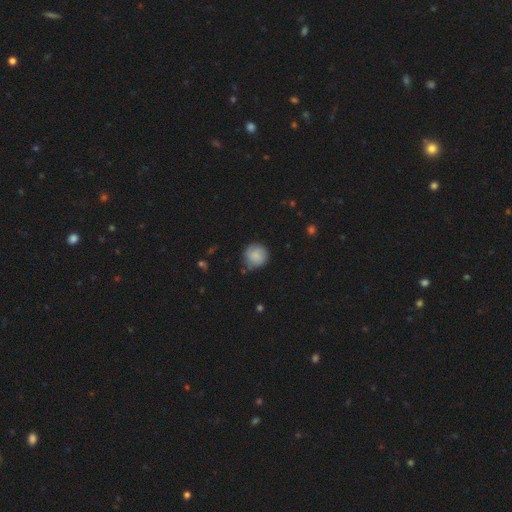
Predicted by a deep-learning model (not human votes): Overall: smooth (81%). How rounded: round (92%). Merging: none (74%).